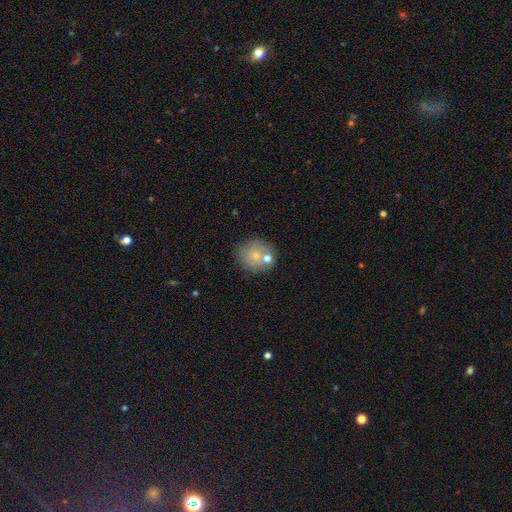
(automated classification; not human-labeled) Morphology: type=smooth (70%); roundness=round (83%); merging=none (66%).